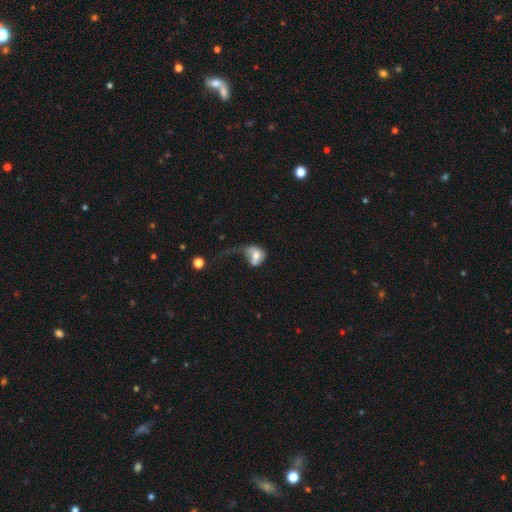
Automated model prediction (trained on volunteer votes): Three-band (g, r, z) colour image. It shows a smooth galaxy with no disk features (57%) that is in between round and cigar-shaped (53%). Merging: major disturbance (55%).